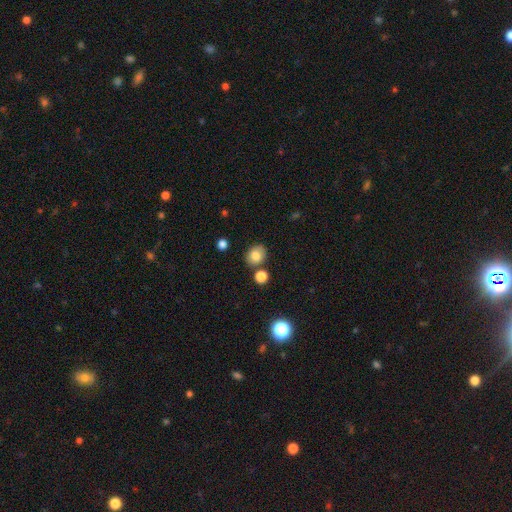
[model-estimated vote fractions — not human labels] Smooth or featured? Predicted: smooth (p=0.80). How rounded? Predicted: round (p=0.64). Merging? Predicted: none (p=0.74).